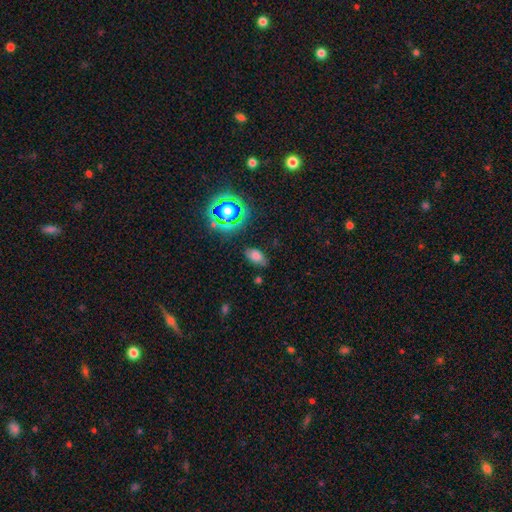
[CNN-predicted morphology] Smooth or featured? Predicted: smooth (p=0.69). How rounded? Predicted: in between (p=0.90). Merging? Predicted: none (p=0.78).